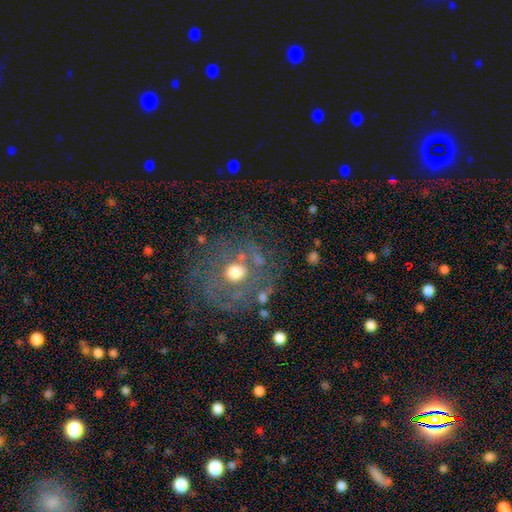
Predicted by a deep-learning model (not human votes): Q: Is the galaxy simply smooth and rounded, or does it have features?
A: featured or disk — 63%.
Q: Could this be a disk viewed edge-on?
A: no — 96%.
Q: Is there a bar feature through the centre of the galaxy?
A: no — 80%.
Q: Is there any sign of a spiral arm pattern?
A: yes — 63%.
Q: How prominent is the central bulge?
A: moderate — 74%.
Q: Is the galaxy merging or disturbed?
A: none — 73%.